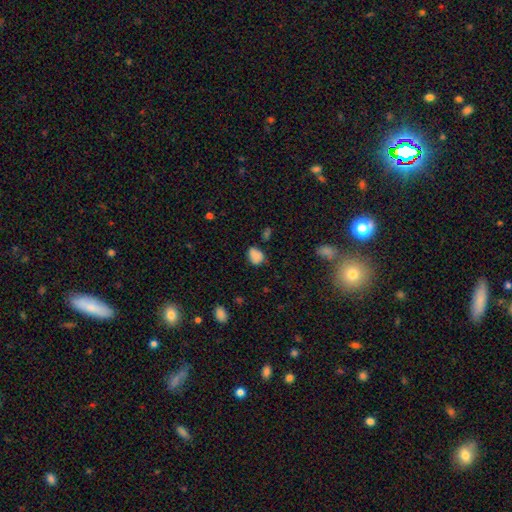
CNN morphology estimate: smooth 82%, star or artifact 11%, featured or disk 7%. Down the decision tree: how rounded — in between (60%); merging — none (64%).